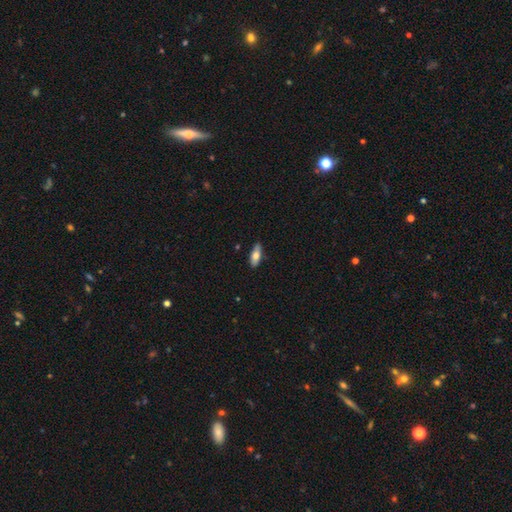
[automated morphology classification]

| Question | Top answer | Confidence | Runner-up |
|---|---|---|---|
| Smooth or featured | smooth | 72% | featured or disk (22%) |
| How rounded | in between | 74% | cigar-shaped (24%) |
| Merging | none | 84% | minor disturbance (12%) |